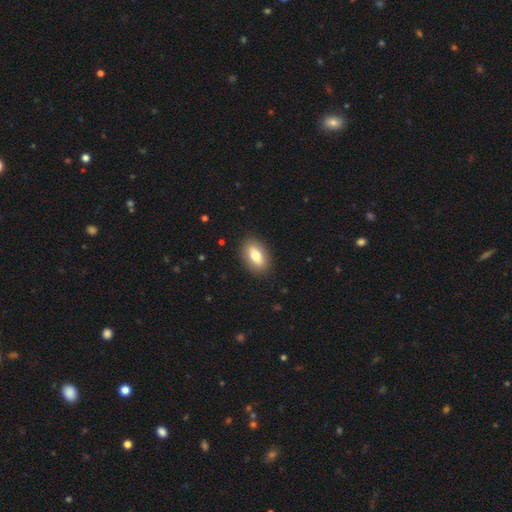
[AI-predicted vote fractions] Morphology: type=smooth (78%); roundness=in between (90%); merging=none (88%).